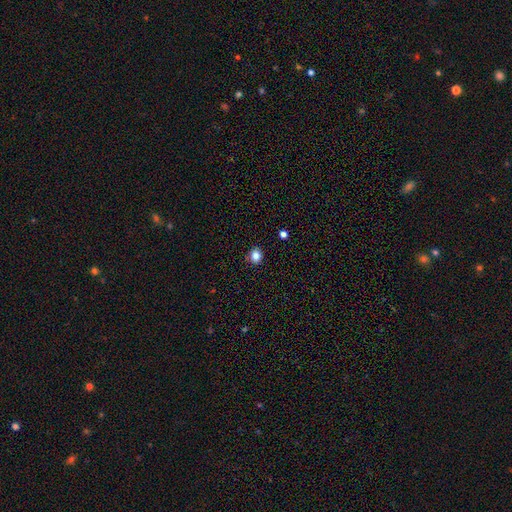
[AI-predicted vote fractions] Smooth or featured?
  - smooth: 83% *
  - star or artifact: 12%
  - featured or disk: 5%
How rounded?
  - round: 77% *
  - in between: 22%
  - cigar-shaped: 1%
Merging?
  - none: 90% *
  - minor disturbance: 7%
  - major disturbance: 2%
  - merger: 1%